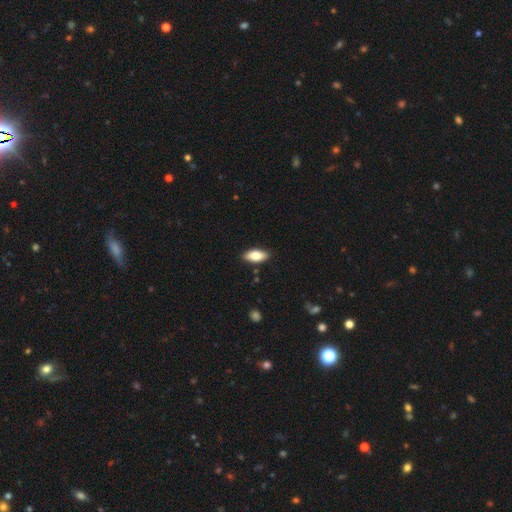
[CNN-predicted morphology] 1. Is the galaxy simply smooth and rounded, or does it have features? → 77% smooth, 16% featured or disk, 6% star or artifact.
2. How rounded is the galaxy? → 85% in between, 12% cigar-shaped, 3% round.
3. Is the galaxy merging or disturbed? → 87% none, 10% minor disturbance, 2% major disturbance, 1% merger.